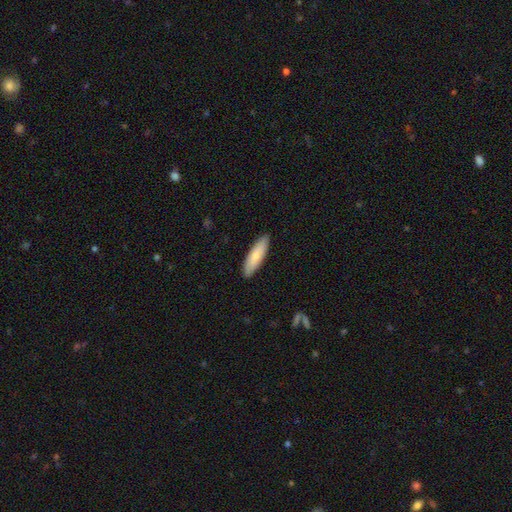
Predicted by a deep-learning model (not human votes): Morphology: type=smooth (80%); roundness=cigar-shaped (58%); merging=none (89%).